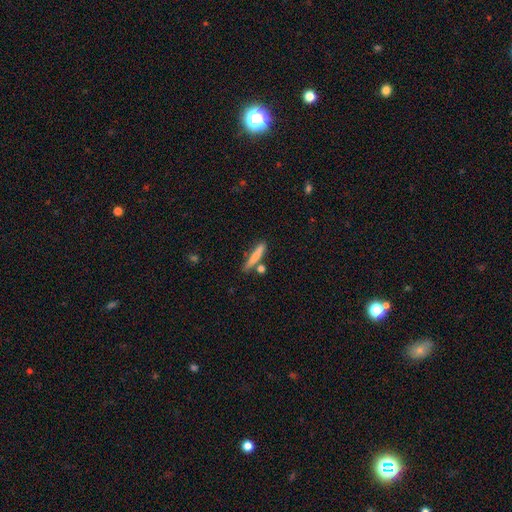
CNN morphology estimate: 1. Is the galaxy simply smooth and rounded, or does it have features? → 77% smooth, 16% featured or disk, 7% star or artifact.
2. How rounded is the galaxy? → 90% cigar-shaped, 8% in between, 3% round.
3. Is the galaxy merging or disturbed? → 73% none, 13% minor disturbance, 10% merger, 3% major disturbance.